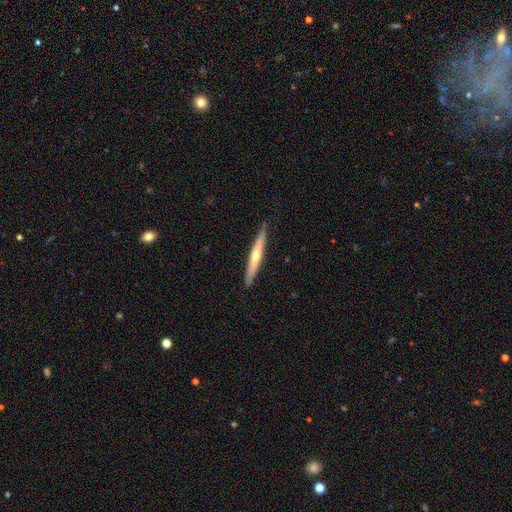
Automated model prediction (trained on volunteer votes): Morphology: type=featured or disk (60%); edge-on=yes (95%); edge-on bulge=rounded (78%); merging=none (88%).